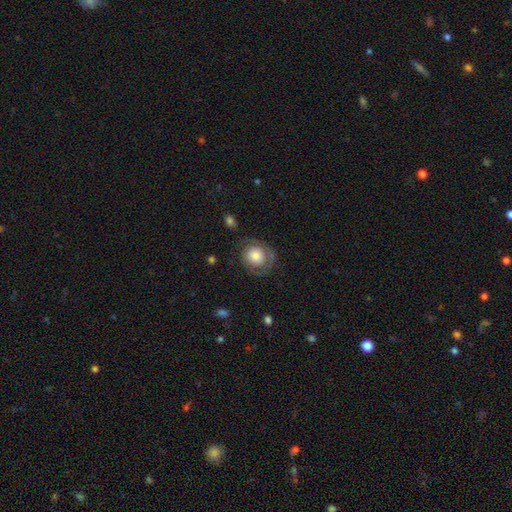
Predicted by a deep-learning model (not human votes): smooth 54%, featured or disk 39%, star or artifact 7%. Down the decision tree: how rounded — round (76%); merging — none (68%).